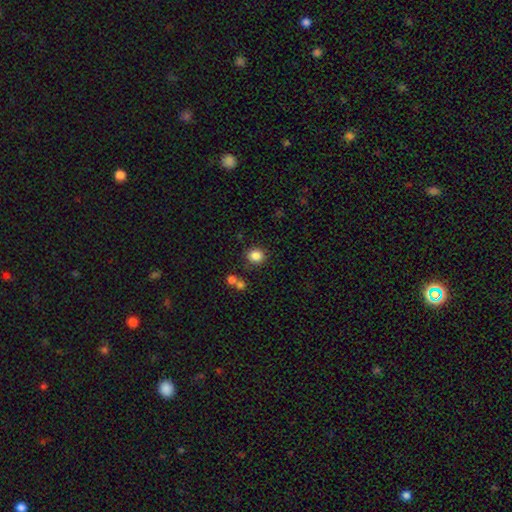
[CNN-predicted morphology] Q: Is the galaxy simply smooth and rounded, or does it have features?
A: smooth — 85%.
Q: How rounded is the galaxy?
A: round — 75%.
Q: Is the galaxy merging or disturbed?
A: none — 83%.